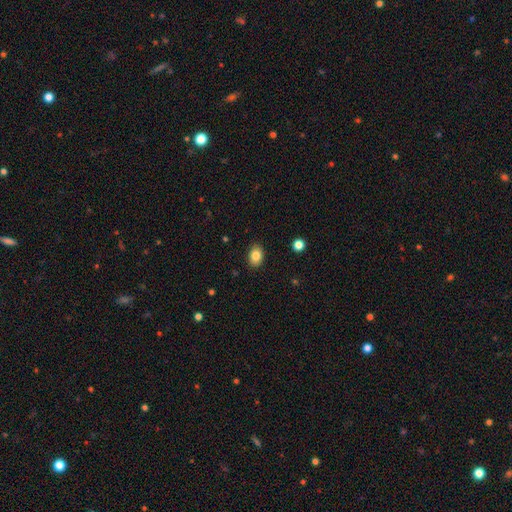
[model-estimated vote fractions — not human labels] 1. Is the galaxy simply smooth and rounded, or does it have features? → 84% smooth, 9% star or artifact, 7% featured or disk.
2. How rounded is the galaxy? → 74% in between, 25% round, 1% cigar-shaped.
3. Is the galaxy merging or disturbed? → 88% none, 9% minor disturbance, 2% major disturbance, 1% merger.